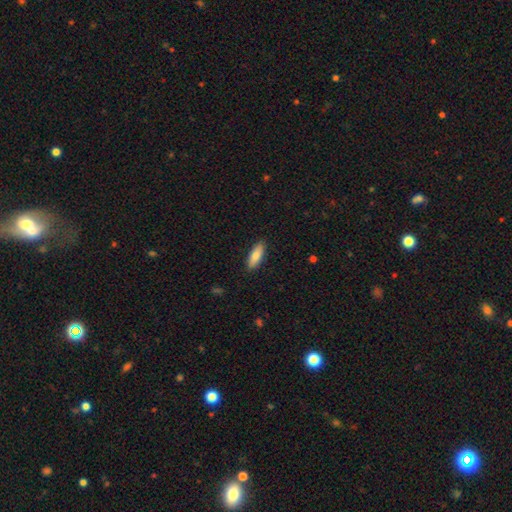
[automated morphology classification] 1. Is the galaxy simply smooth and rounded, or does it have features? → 81% smooth, 13% featured or disk, 6% star or artifact.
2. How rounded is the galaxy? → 65% in between, 33% cigar-shaped, 2% round.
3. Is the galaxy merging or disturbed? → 89% none, 8% minor disturbance, 2% major disturbance, 1% merger.